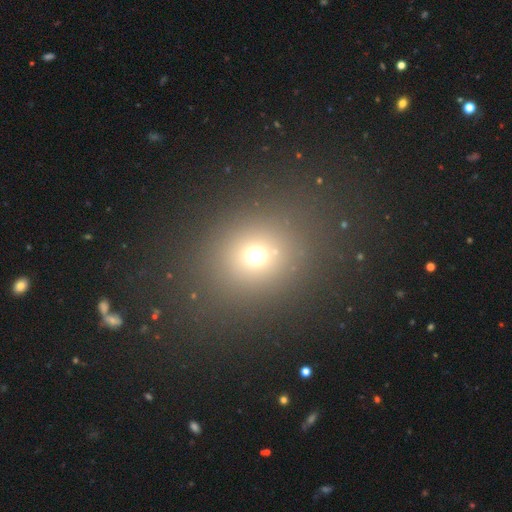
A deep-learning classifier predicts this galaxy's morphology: A smooth galaxy with no disk features (68%) that is round (80%). Merging: none (81%).